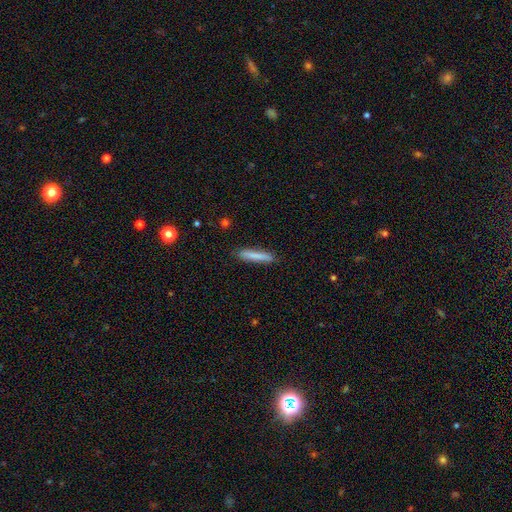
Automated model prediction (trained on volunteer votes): smooth-or-featured: smooth: 81% | featured or disk: 13% | star or artifact: 6%
  how-rounded: cigar-shaped: 92% | in between: 7% | round: 1%
  merging: none: 87% | minor disturbance: 9% | major disturbance: 2% | merger: 1%